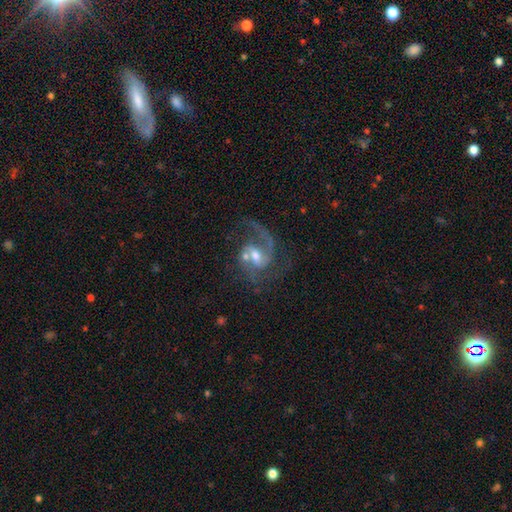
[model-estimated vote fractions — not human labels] Smooth or featured? featured or disk (86%)
Edge-on disk? no (98%)
Bar? weak (50%)
Spiral arms? yes (96%)
Spiral winding? medium (51%)
Spiral arm count? 2 (59%)
Bulge size? moderate (59%)
Merging? none (45%)